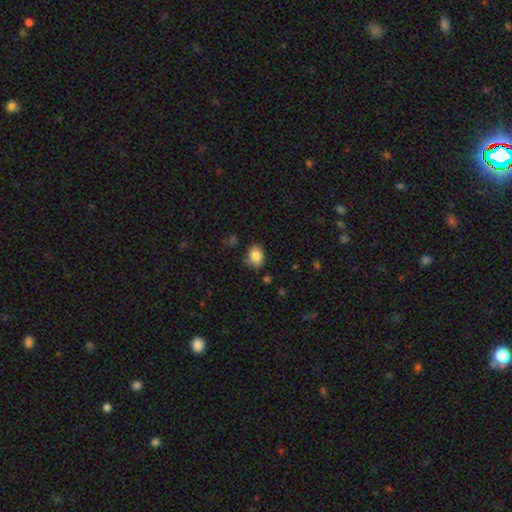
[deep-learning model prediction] A smooth galaxy with no disk features (84%) that is in between round and cigar-shaped (59%).

Vote fractions:
- Smooth or featured? smooth: 84% / star or artifact: 9% / featured or disk: 7%
- How rounded? in between: 59% / round: 40% / cigar-shaped: 1%
- Merging? none: 66% / minor disturbance: 26% / major disturbance: 6% / merger: 3%